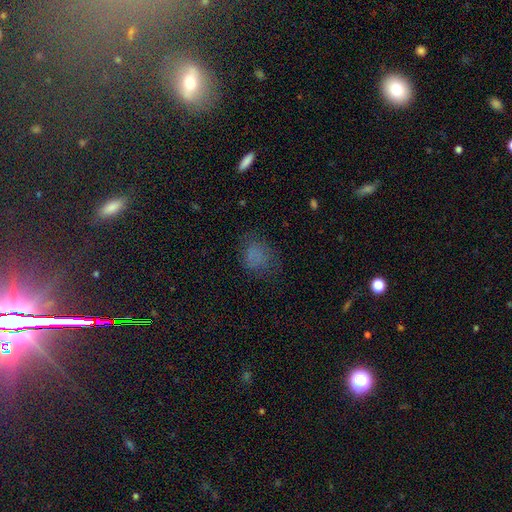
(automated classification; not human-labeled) This appears to be a smooth galaxy with no disk features (71%) that is round (55%). Merging: none (62%).